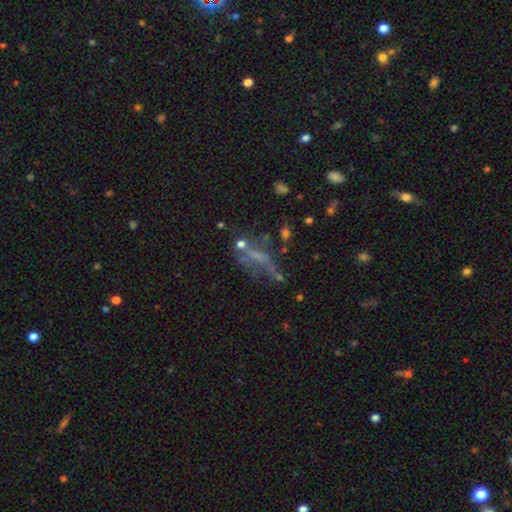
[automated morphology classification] Smooth or featured? featured or disk (40%)
Merging? none (39%)